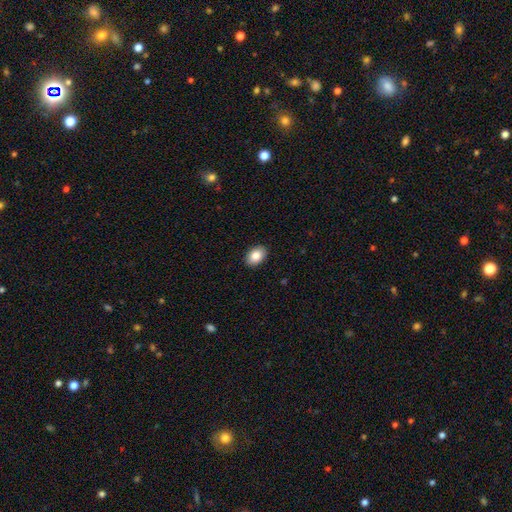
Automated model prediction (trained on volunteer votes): Overall: smooth (85%). How rounded: in between (84%). Merging: none (90%).